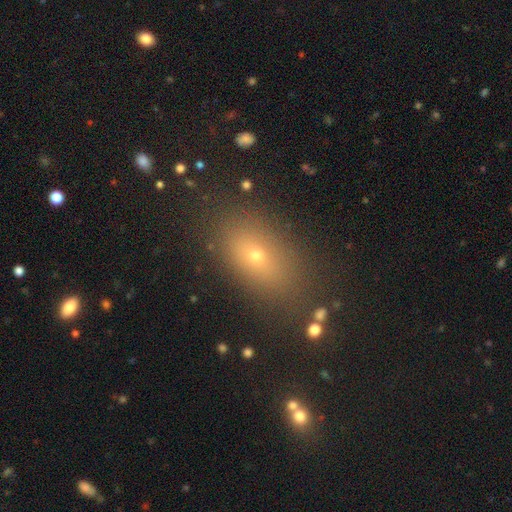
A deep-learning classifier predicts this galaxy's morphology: This appears to be a smooth galaxy with no disk features (65%) that is in between round and cigar-shaped (79%). Merging: none (81%).